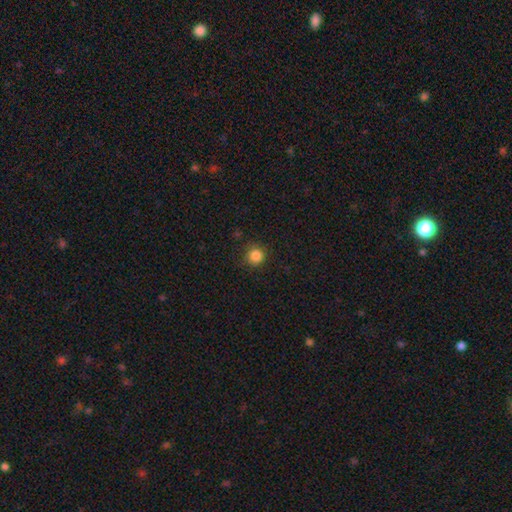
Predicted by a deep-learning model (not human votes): Smooth or featured?
  - smooth: 85% *
  - star or artifact: 12%
  - featured or disk: 3%
How rounded?
  - round: 94% *
  - in between: 5%
  - cigar-shaped: 1%
Merging?
  - none: 86% *
  - minor disturbance: 10%
  - major disturbance: 3%
  - merger: 1%